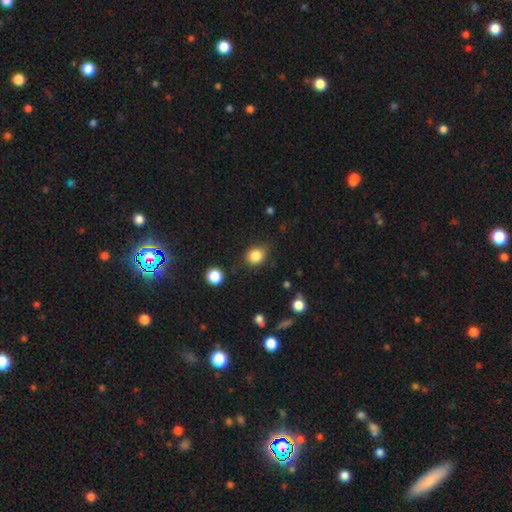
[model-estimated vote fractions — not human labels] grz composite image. It shows a smooth galaxy with no disk features (84%) that is round (65%). Merging: none (78%).